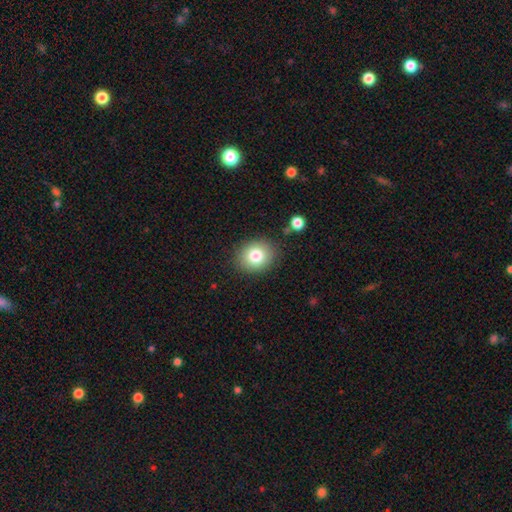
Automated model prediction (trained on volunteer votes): This appears to be a smooth galaxy with no disk features (80%) that is round (67%). Merging: none (85%).